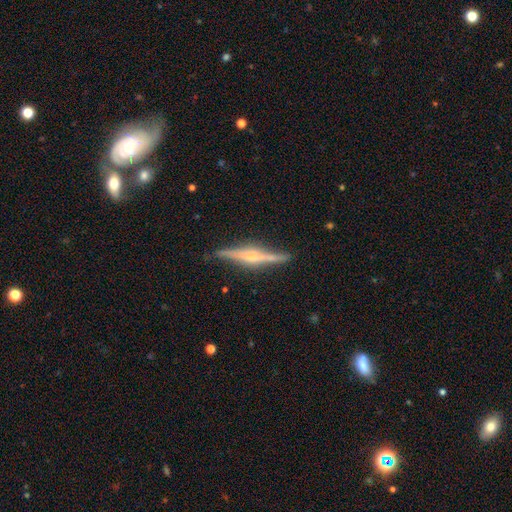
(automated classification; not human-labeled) Smooth or featured? Predicted: featured or disk (p=0.84). Edge-on disk? Predicted: yes (p=0.97). Edge-on bulge? Predicted: rounded (p=0.80). Merging? Predicted: none (p=0.86).